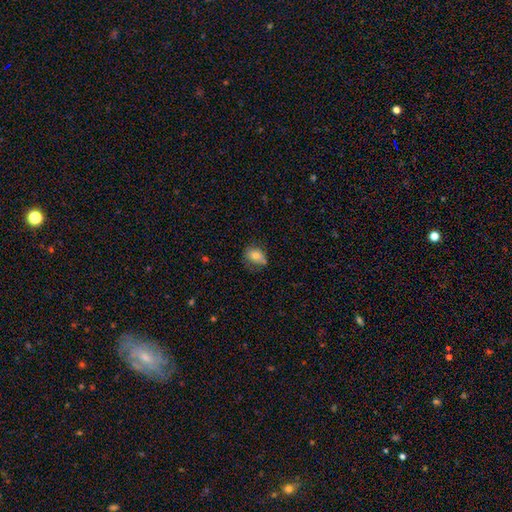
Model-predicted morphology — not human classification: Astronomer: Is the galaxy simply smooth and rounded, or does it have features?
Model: smooth — 72%.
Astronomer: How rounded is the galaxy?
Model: in between — 56% (runner-up: round, 43%).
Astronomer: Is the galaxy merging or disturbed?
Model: none — 56%.